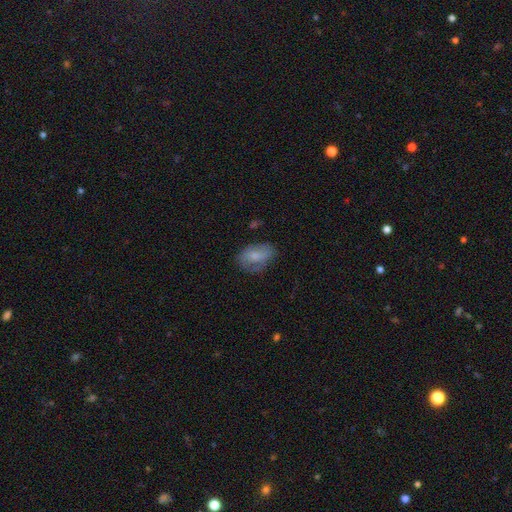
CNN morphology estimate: Smooth or featured: smooth — 65% (featured or disk — 26%)
How rounded: in between — 86% (round — 12%)
Merging: none — 57% (minor disturbance — 28%)